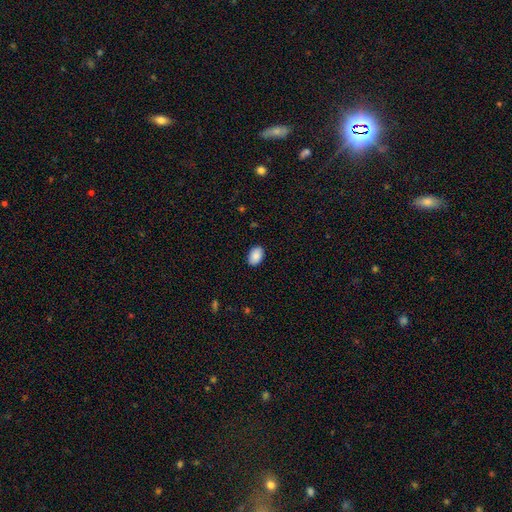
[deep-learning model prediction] This is clearly a smooth galaxy (88%). How rounded: clearly in between (88%). Merging: clearly none (88%).